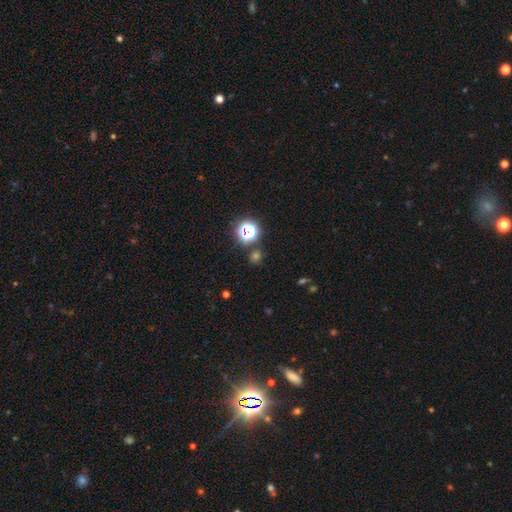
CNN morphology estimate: Smooth or featured? Predicted: star or artifact (p=0.50).